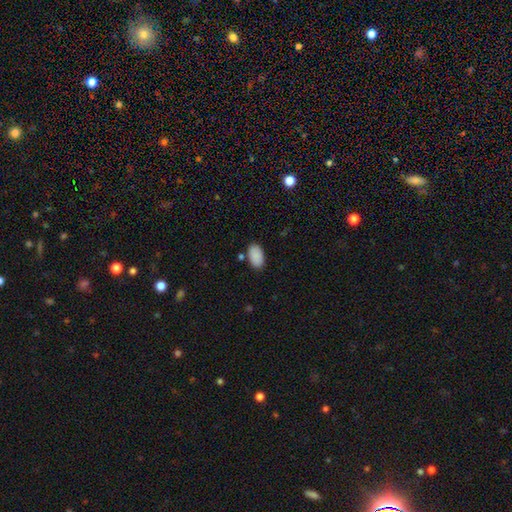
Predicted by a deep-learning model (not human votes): Smooth or featured? Predicted: smooth (p=0.89). How rounded? Predicted: in between (p=0.94). Merging? Predicted: none (p=0.80).